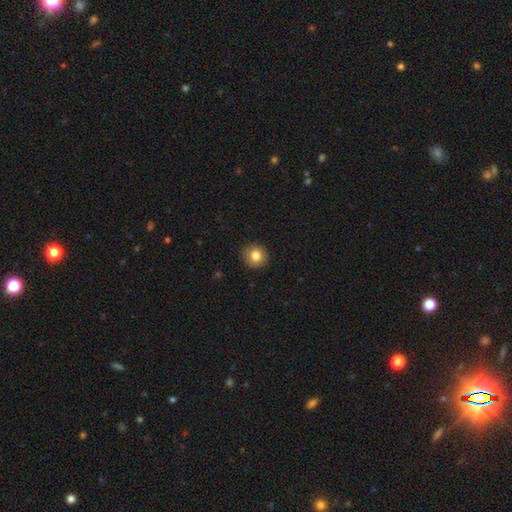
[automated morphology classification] type=smooth (82%); roundness=round (89%); merging=none (90%).